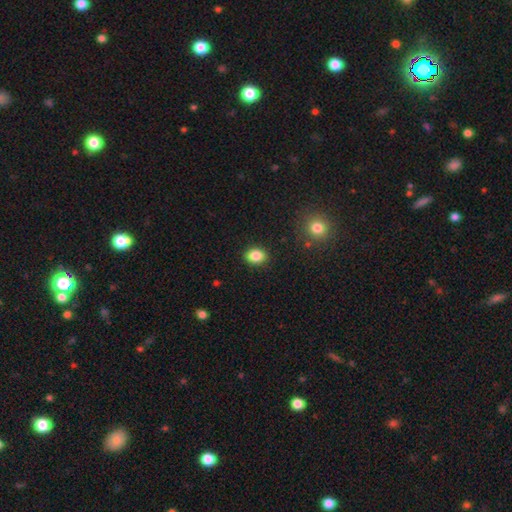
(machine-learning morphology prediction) Smooth or featured?
  - smooth: 86% *
  - star or artifact: 9%
  - featured or disk: 5%
How rounded?
  - in between: 65% *
  - round: 34%
  - cigar-shaped: 1%
Merging?
  - none: 89% *
  - minor disturbance: 7%
  - major disturbance: 2%
  - merger: 1%